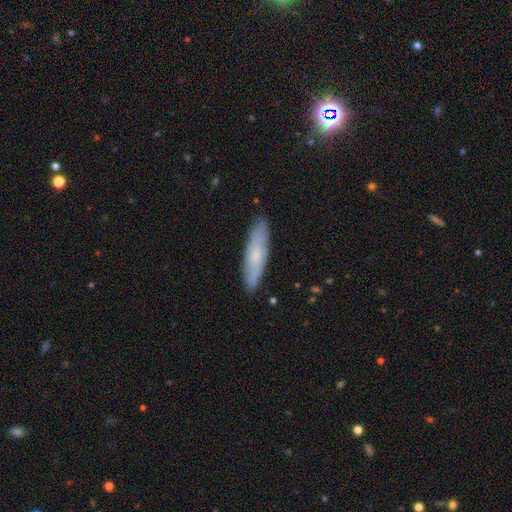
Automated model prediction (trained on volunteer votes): Smooth or featured? smooth (61%)
How rounded? cigar-shaped (75%)
Merging? none (87%)